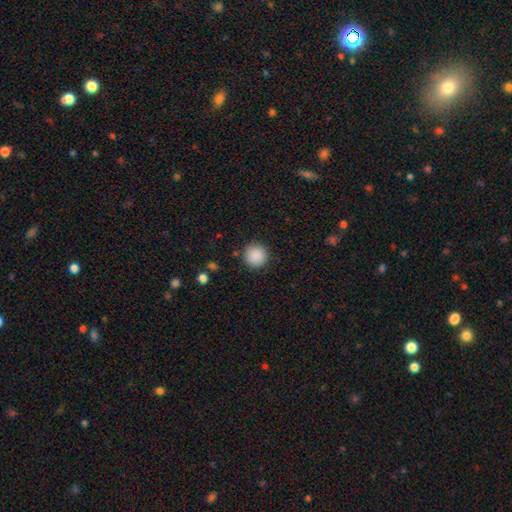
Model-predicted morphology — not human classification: Smooth or featured? Predicted: smooth (p=0.89). How rounded? Predicted: round (p=0.95). Merging? Predicted: none (p=0.89).